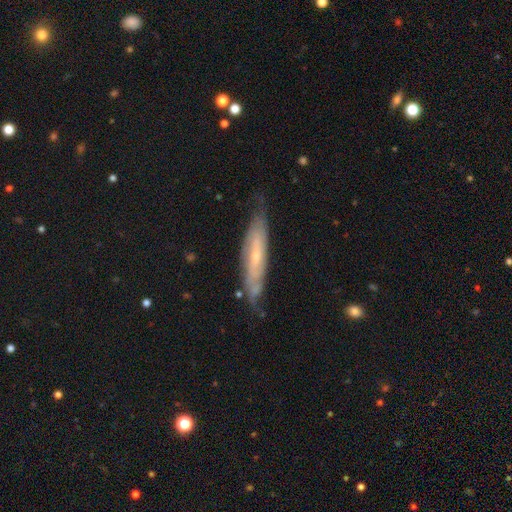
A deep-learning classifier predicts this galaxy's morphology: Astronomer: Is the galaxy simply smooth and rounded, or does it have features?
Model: featured or disk — 68%.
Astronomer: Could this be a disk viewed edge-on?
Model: no — 52% (runner-up: yes, 48%).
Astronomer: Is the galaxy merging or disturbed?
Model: none — 67%.